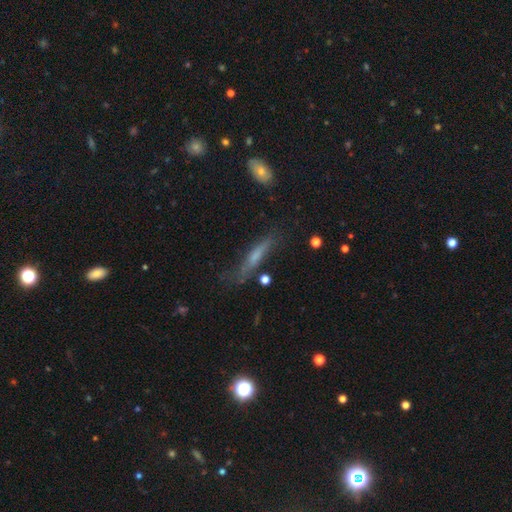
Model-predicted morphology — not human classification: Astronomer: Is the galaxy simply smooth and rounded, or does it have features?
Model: smooth — 50% (runner-up: featured or disk, 39%).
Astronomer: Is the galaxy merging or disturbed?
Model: none — 54%.